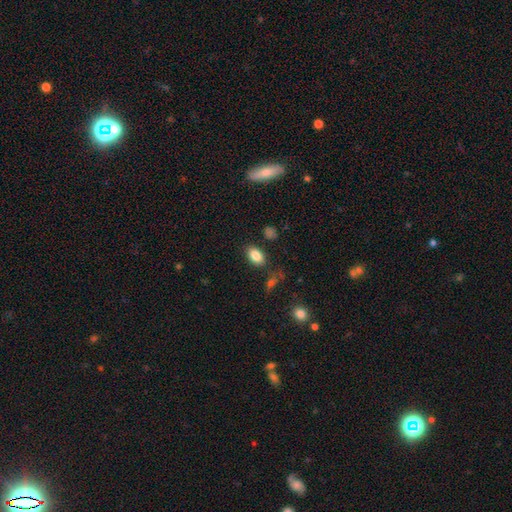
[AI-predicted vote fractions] This is clearly a smooth galaxy (84%). How rounded: clearly in between (88%). Merging: clearly none (83%).